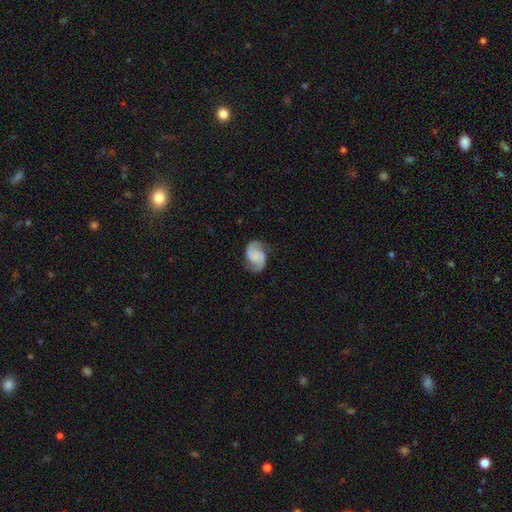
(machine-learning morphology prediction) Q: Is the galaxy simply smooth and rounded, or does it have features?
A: featured or disk — 81%.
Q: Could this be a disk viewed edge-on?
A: no — 98%.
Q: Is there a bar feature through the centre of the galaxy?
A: no — 60%.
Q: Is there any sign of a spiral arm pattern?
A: yes — 97%.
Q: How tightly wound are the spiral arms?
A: medium — 47%.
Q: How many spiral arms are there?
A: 2 — 93%.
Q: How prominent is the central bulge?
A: none — 61%.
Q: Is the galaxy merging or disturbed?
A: none — 79%.